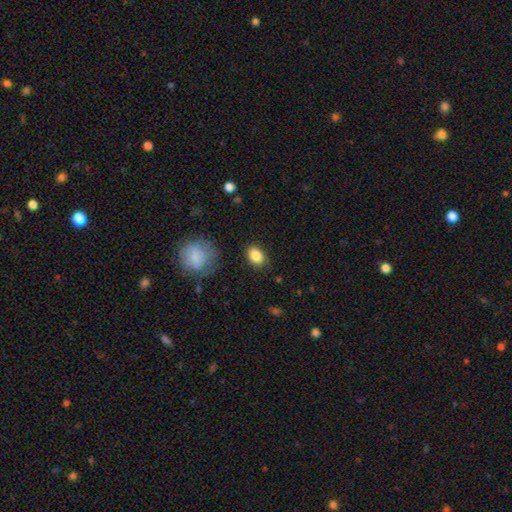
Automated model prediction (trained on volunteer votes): Morphology: type=smooth (86%); roundness=in between (69%); merging=none (85%).